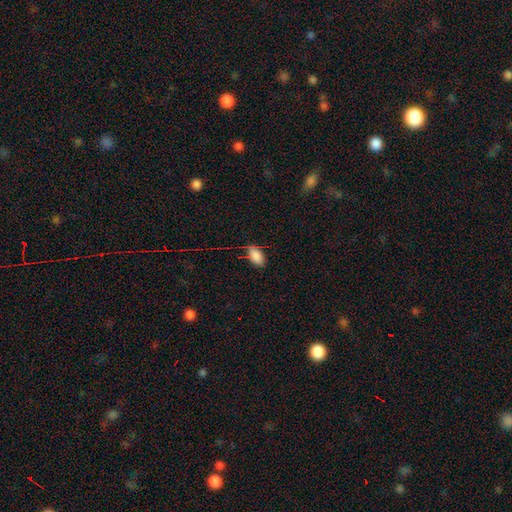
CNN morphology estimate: type=smooth (86%); roundness=in between (93%); merging=none (69%).